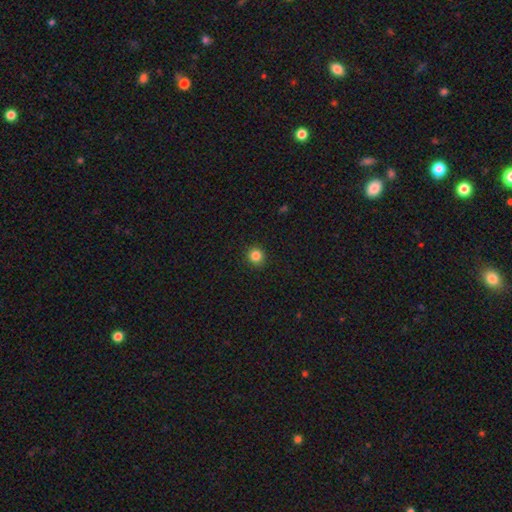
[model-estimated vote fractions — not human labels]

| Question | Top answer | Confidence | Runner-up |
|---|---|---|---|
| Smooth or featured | smooth | 84% | star or artifact (12%) |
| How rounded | round | 92% | in between (7%) |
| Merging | none | 92% | minor disturbance (5%) |